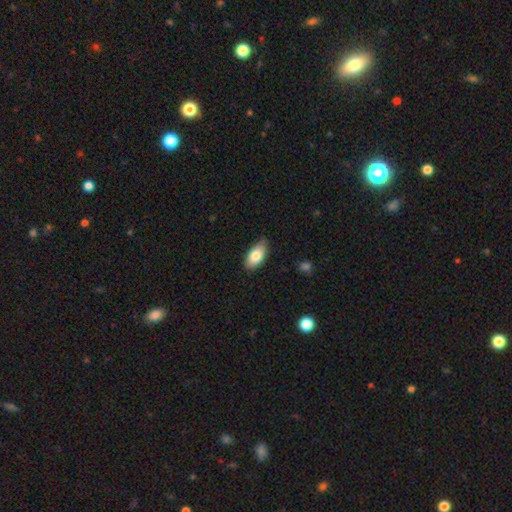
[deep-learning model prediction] This is clearly a smooth galaxy (82%). How rounded: clearly in between (93%). Merging: likely none (79%).